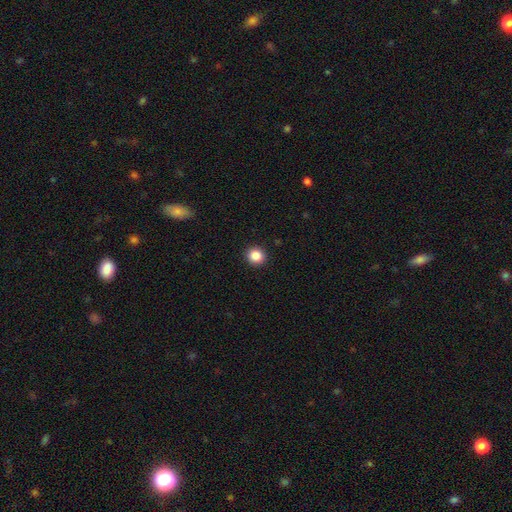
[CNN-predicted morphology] Overall: smooth (86%). How rounded: round (88%). Merging: none (93%).